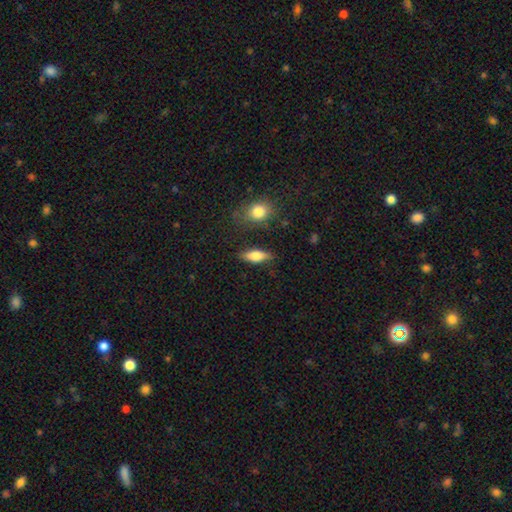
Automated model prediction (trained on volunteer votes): smooth 72%, featured or disk 21%, star or artifact 7%. Down the decision tree: how rounded — in between (69%); merging — none (81%).